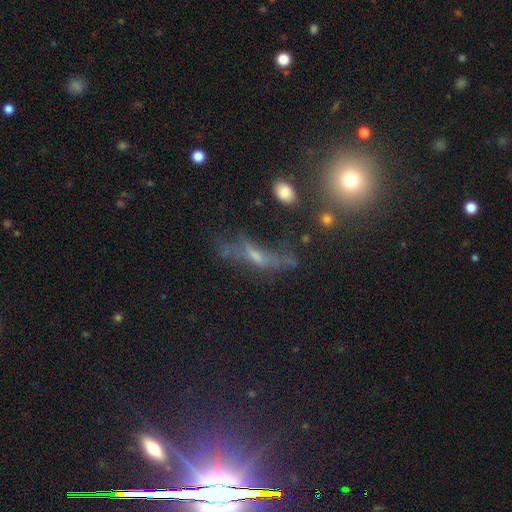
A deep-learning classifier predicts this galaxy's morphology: A featured or disk galaxy (45%). Merging: none (49%).